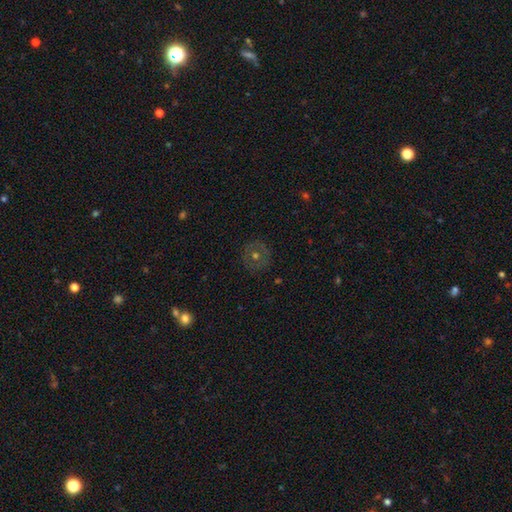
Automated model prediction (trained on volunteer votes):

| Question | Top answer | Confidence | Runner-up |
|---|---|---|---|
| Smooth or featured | smooth | 45% | featured or disk (40%) |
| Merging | none | 85% | minor disturbance (10%) |